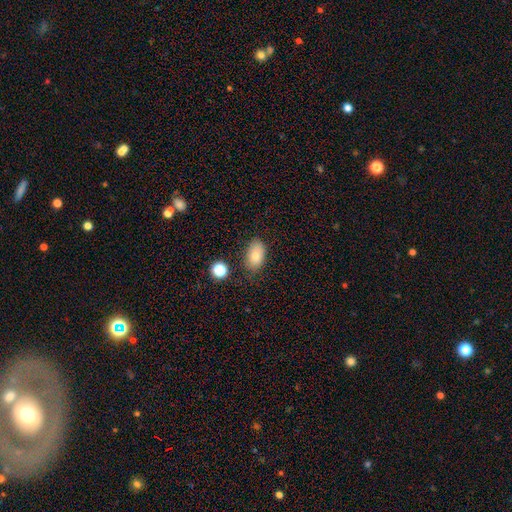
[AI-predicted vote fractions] This appears to be a smooth galaxy with no disk features (81%) that is in between round and cigar-shaped (90%). Merging: none (73%).